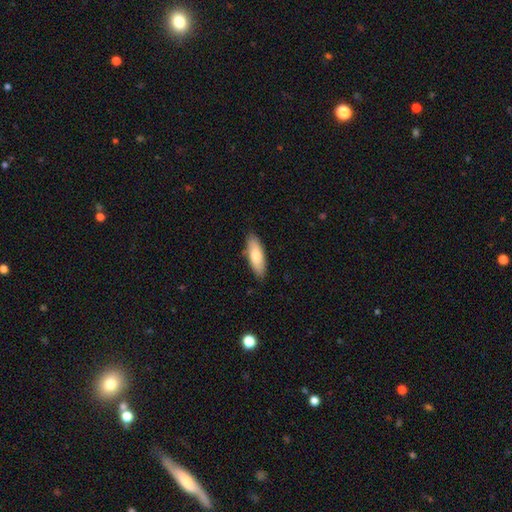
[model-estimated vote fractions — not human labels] The model was most divided on "how rounded": in between: 60%, cigar-shaped: 38%, round: 2%. More confident: merging — none (84%); smooth or featured — smooth (78%).